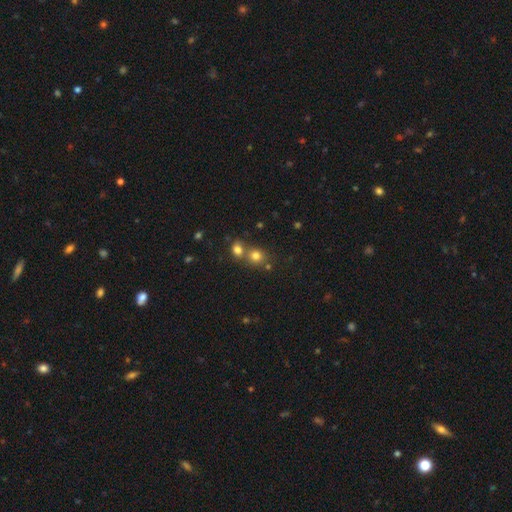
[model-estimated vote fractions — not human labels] Q: Smooth or featured?
A: smooth (77%); runner-up: star or artifact (15%)
Q: How rounded?
A: round (81%); runner-up: in between (18%)
Q: Merging?
A: none (50%); runner-up: merger (40%)